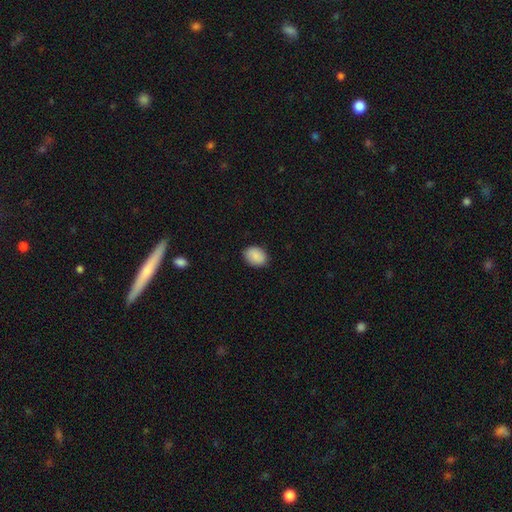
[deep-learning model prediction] Overall: smooth (89%). How rounded: in between (63%; round 36%). Merging: none (87%).